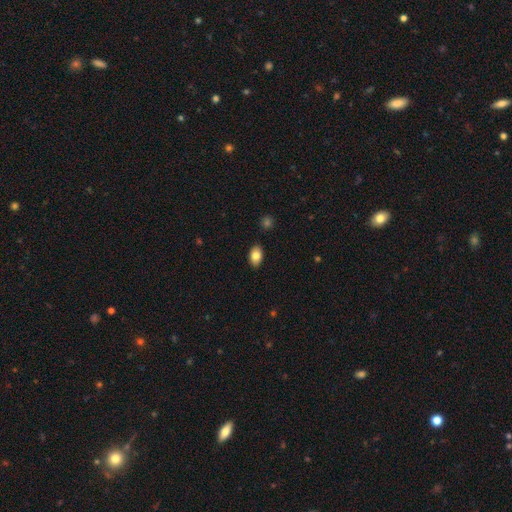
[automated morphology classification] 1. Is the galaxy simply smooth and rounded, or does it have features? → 83% smooth, 9% featured or disk, 8% star or artifact.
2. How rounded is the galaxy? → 88% in between, 10% round, 1% cigar-shaped.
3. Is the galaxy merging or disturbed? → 88% none, 9% minor disturbance, 2% major disturbance, 1% merger.